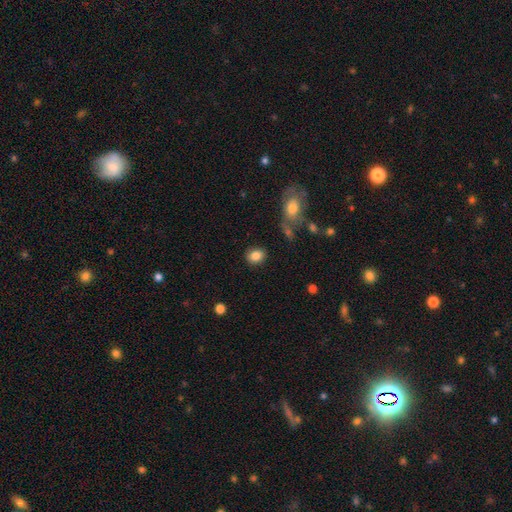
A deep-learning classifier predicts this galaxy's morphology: smooth_or_featured: smooth (p=0.85) [alt: star or artifact p=0.09]
how_rounded: in between (p=0.50) [alt: round p=0.49]
merging: none (p=0.87) [alt: minor disturbance p=0.08]